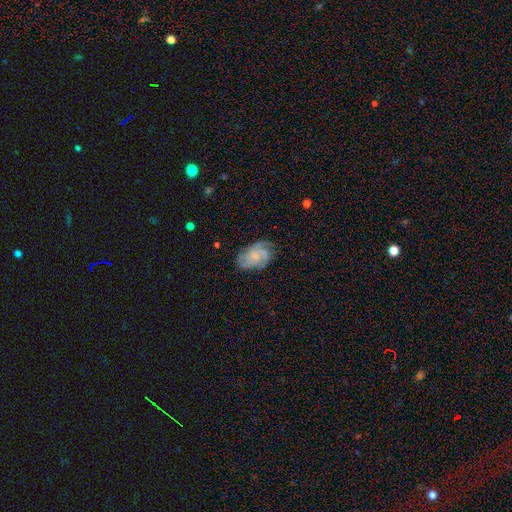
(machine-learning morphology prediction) Smooth or featured: featured or disk — 73% (smooth — 19%)
Edge-on disk: no — 97% (yes — 3%)
Bar: no — 73% (weak — 23%)
Spiral arms: yes — 94% (no — 6%)
Spiral winding: tight — 50% (medium — 38%)
Spiral arm count: 3 — 29% (can't tell — 27%)
Bulge size: small — 51% (none — 25%)
Merging: none — 71% (minor disturbance — 20%)